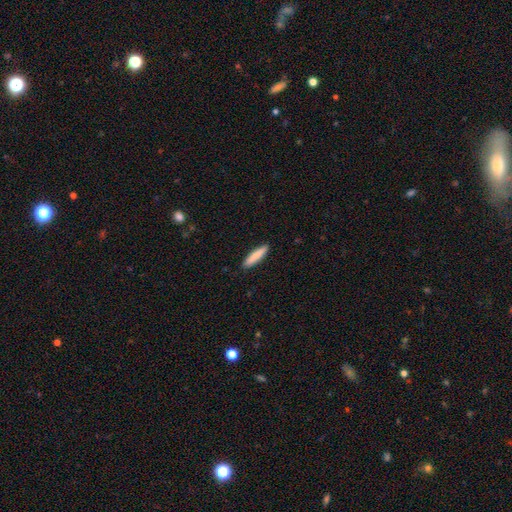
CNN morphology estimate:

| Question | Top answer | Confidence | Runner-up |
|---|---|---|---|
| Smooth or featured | smooth | 86% | featured or disk (9%) |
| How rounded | cigar-shaped | 84% | in between (14%) |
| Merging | none | 91% | minor disturbance (7%) |